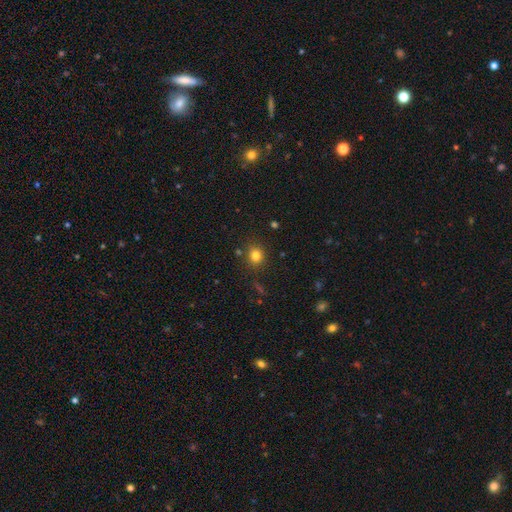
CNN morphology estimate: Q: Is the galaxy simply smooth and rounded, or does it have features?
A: smooth — 80%.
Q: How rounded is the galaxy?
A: round — 75%.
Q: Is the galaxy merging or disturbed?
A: none — 83%.